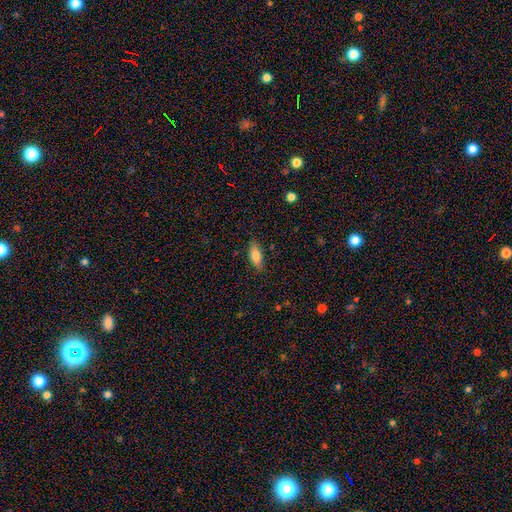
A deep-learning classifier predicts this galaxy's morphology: smooth-or-featured: smooth: 79% | featured or disk: 13% | star or artifact: 7%
  how-rounded: in between: 76% | cigar-shaped: 21% | round: 2%
  merging: none: 83% | minor disturbance: 13% | major disturbance: 3% | merger: 1%